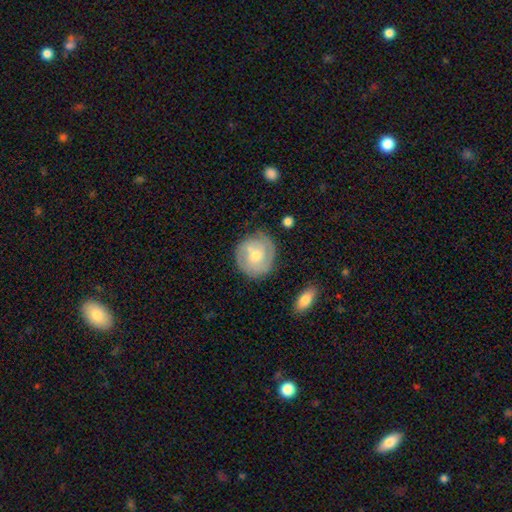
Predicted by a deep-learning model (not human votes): The model was most divided on "smooth or featured": featured or disk: 58%, smooth: 36%, star or artifact: 6%. More confident: edge-on disk — no (97%); spiral arms — yes (80%); merging — none (76%); bar — no (66%); bulge size — moderate (65%).